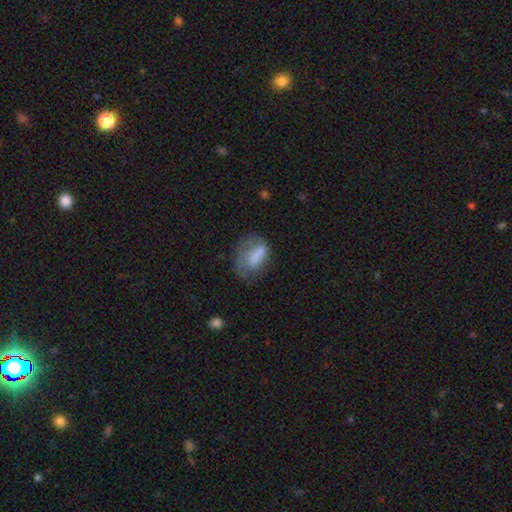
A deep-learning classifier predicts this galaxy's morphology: A smooth galaxy with no disk features (65%) that is in between round and cigar-shaped (72%).

Vote fractions:
- Smooth or featured? smooth: 65% / featured or disk: 25% / star or artifact: 10%
- How rounded? in between: 72% / cigar-shaped: 15% / round: 12%
- Merging? none: 36% / major disturbance: 32% / minor disturbance: 29% / merger: 3%